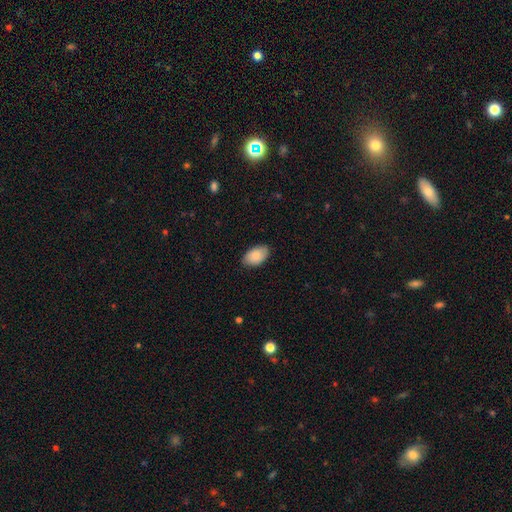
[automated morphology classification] smooth_or_featured: smooth (p=0.87) [alt: featured or disk p=0.07]
how_rounded: in between (p=0.94) [alt: round p=0.04]
merging: none (p=0.84) [alt: minor disturbance p=0.13]